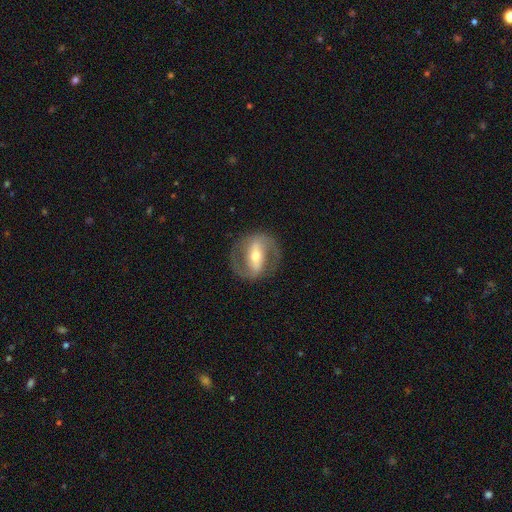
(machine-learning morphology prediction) smooth-or-featured: featured or disk: 84% | smooth: 11% | star or artifact: 5%
  disk-edge-on: no: 95% | yes: 5%
    bar: strong: 63% | weak: 25% | no: 13%
    has-spiral-arms: yes: 87% | no: 13%
      spiral-winding: medium: 51% | tight: 31% | loose: 18%
      spiral-arm-count: 2: 90% | can't tell: 5% | 1: 3% | 3: 1% | 4: 1% | more than 4: 1%
    bulge-size: moderate: 60% | small: 33% | large: 5% | none: 1% | dominant: 1%
  merging: none: 83% | minor disturbance: 10% | major disturbance: 6% | merger: 1%